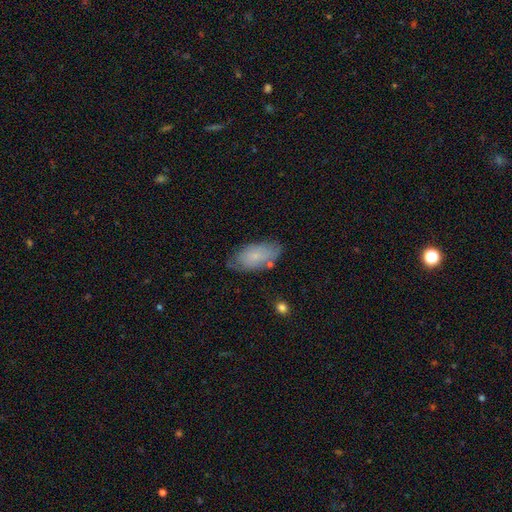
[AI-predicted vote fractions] smooth_or_featured: smooth (p=0.65) [alt: featured or disk p=0.28]
how_rounded: in between (p=0.92) [alt: cigar-shaped p=0.06]
merging: none (p=0.66) [alt: minor disturbance p=0.25]